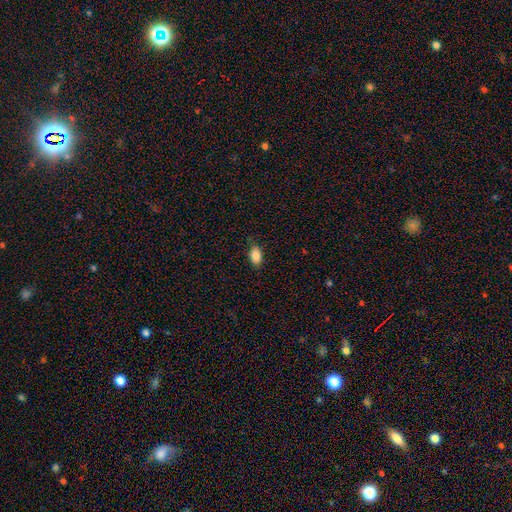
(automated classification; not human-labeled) Smooth or featured?
  - smooth: 86% *
  - star or artifact: 8%
  - featured or disk: 5%
How rounded?
  - in between: 89% *
  - round: 8%
  - cigar-shaped: 3%
Merging?
  - none: 83% *
  - minor disturbance: 13%
  - major disturbance: 3%
  - merger: 1%